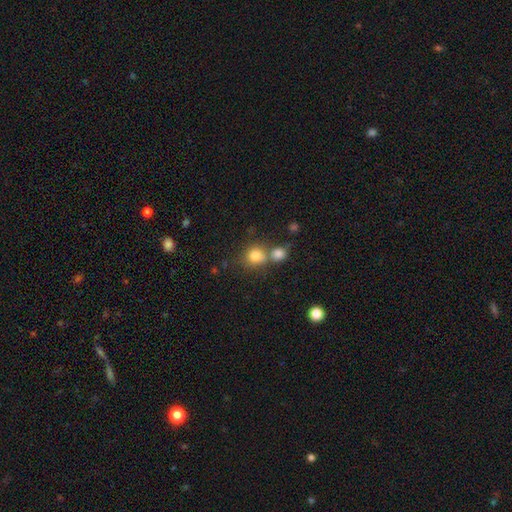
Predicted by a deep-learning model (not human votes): Morphology: type=smooth (81%); roundness=round (83%); merging=none (52%).